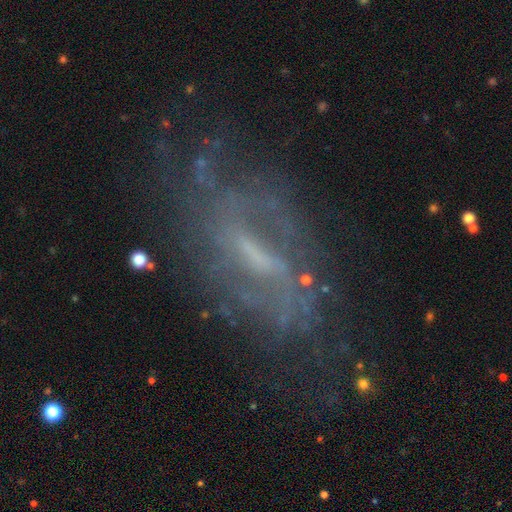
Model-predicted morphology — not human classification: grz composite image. It shows a featured or disk galaxy (76%) with a weak bar (50%), tight (40%) spiral arms (79%) and a small central bulge (41%). Merging: none (64%).